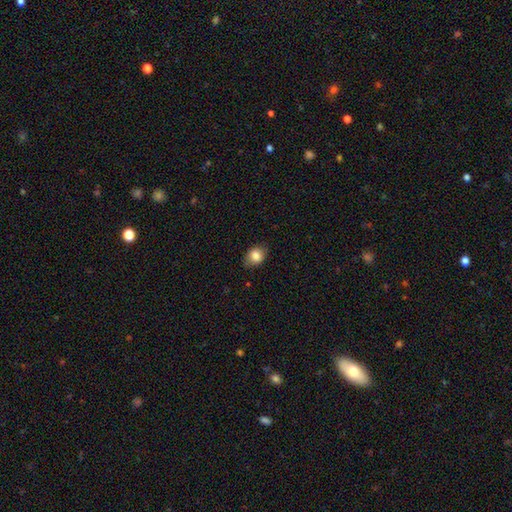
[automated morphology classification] Smooth or featured? smooth (83%)
How rounded? in between (58%)
Merging? none (79%)